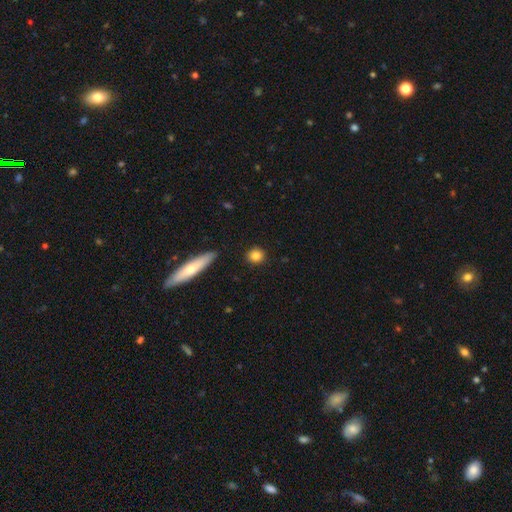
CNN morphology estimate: Smooth or featured? Predicted: smooth (p=0.84). How rounded? Predicted: round (p=0.86). Merging? Predicted: none (p=0.90).